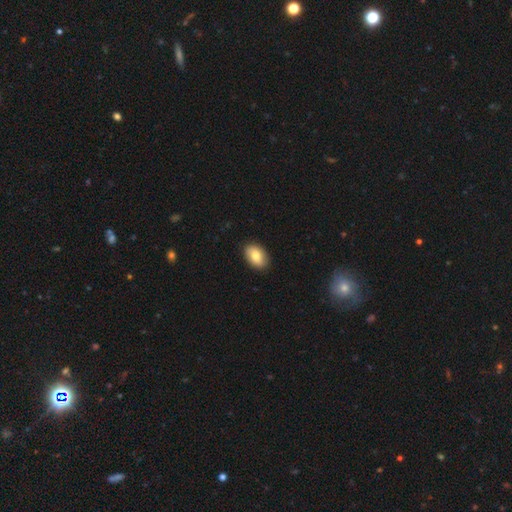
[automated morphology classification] Smooth or featured? Predicted: smooth (p=0.81). How rounded? Predicted: in between (p=0.88). Merging? Predicted: none (p=0.90).